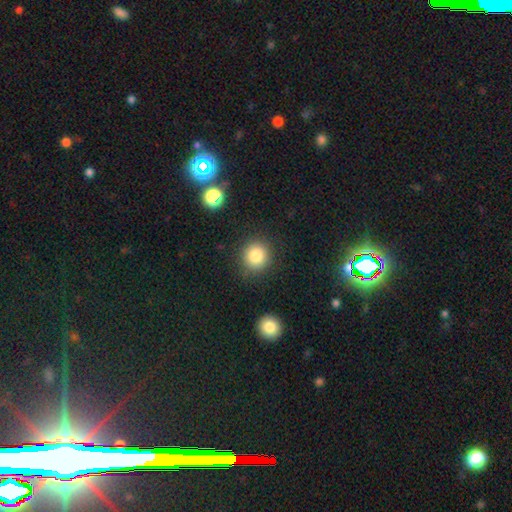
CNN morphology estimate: Smooth or featured?
  - smooth: 83% *
  - star or artifact: 11%
  - featured or disk: 6%
How rounded?
  - round: 91% *
  - in between: 8%
  - cigar-shaped: 1%
Merging?
  - none: 87% *
  - minor disturbance: 8%
  - major disturbance: 3%
  - merger: 2%